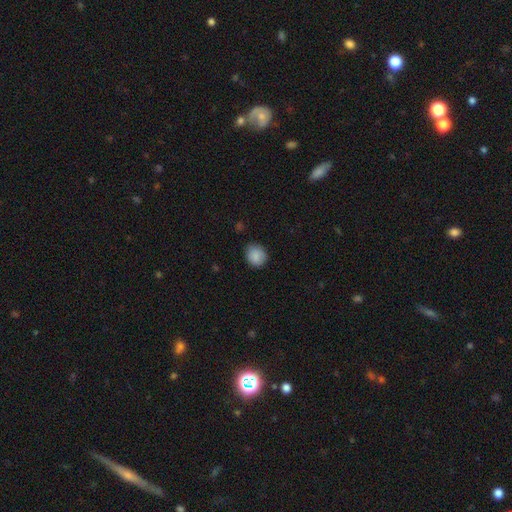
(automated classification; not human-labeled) Smooth or featured? Predicted: smooth (p=0.88). How rounded? Predicted: round (p=0.73). Merging? Predicted: none (p=0.82).